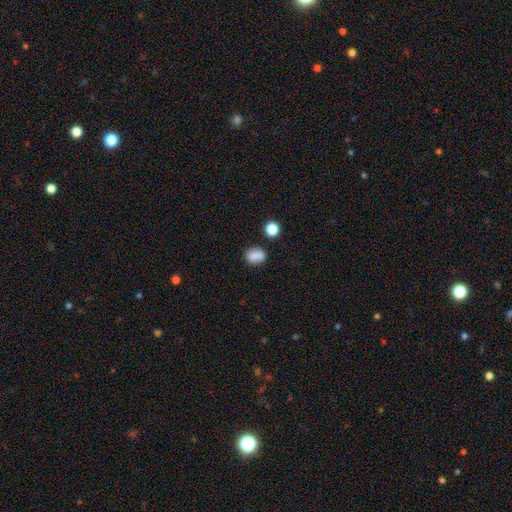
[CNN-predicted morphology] Overall: smooth (78%). How rounded: in between (60%; round 36%). Merging: none (67%).